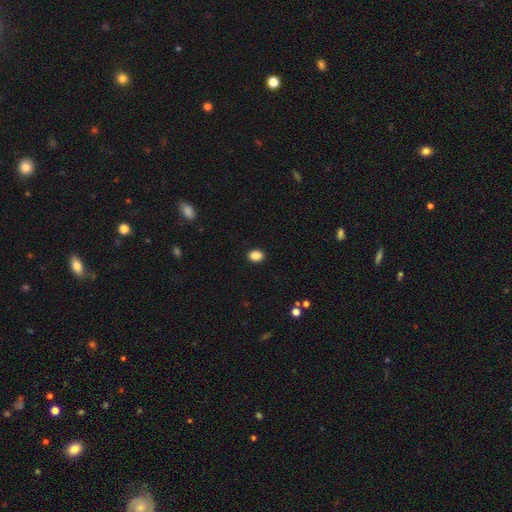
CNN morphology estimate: This is clearly a smooth galaxy (87%). How rounded: likely in between (62%). Merging: clearly none (91%).